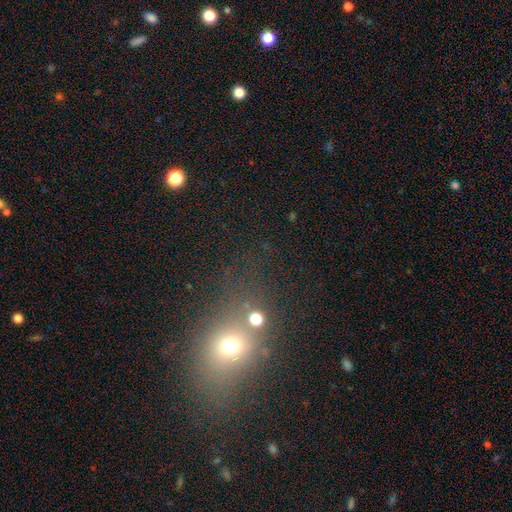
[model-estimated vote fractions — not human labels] The model was most divided on "smooth or featured": smooth: 46%, star or artifact: 40%, featured or disk: 15%. More confident: merging — none (62%).